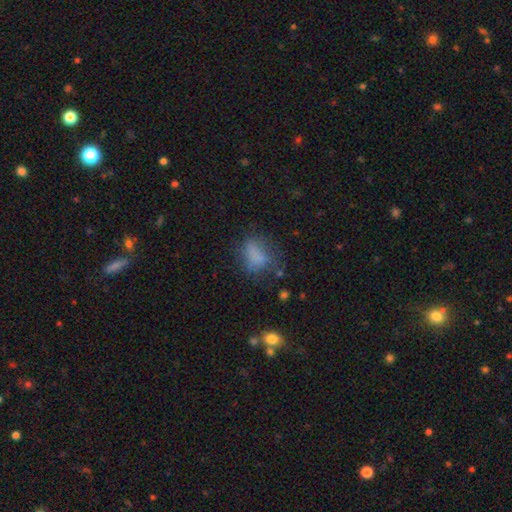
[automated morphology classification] This appears to be a smooth galaxy with no disk features (70%) that is in between round and cigar-shaped (74%). Merging: none (46%).